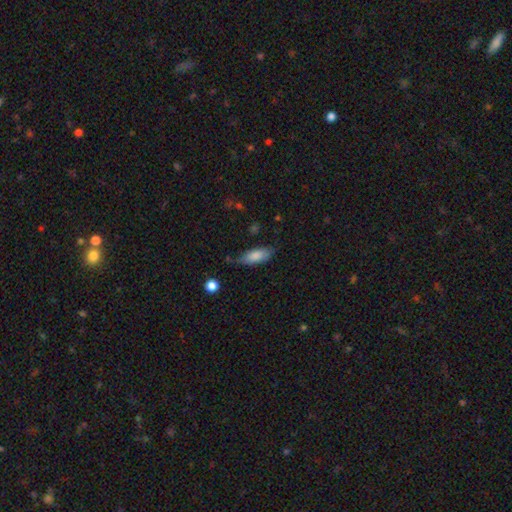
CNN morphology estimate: Smooth or featured? smooth (82%)
How rounded? in between (76%)
Merging? none (64%)